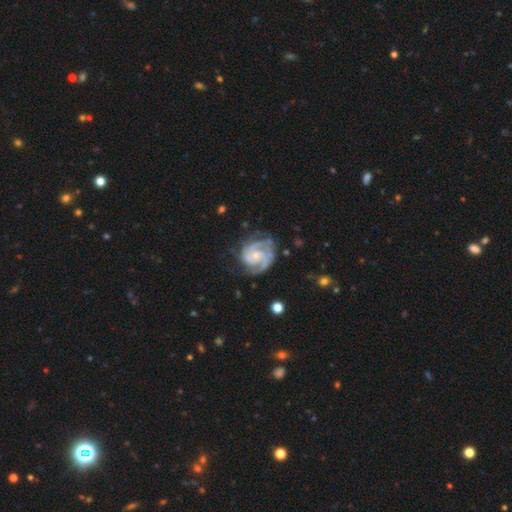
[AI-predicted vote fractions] smooth-or-featured: featured or disk: 87% | smooth: 8% | star or artifact: 5%
  disk-edge-on: no: 98% | yes: 2%
    bar: no: 62% | weak: 31% | strong: 7%
    has-spiral-arms: yes: 96% | no: 4%
      spiral-winding: tight: 56% | medium: 36% | loose: 8%
      spiral-arm-count: 2: 51% | 3: 21% | can't tell: 15% | 1: 6% | 4: 4% | more than 4: 3%
    bulge-size: small: 56% | moderate: 34% | none: 6% | large: 3% | dominant: 1%
  merging: none: 62% | minor disturbance: 22% | major disturbance: 14% | merger: 2%